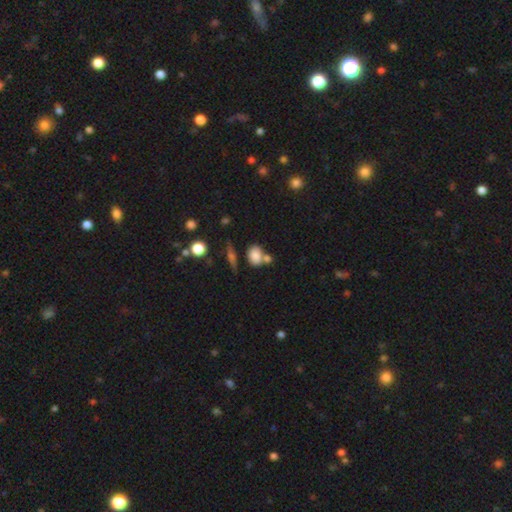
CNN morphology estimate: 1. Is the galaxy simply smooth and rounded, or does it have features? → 81% smooth, 10% star or artifact, 8% featured or disk.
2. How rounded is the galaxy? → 60% in between, 38% round, 2% cigar-shaped.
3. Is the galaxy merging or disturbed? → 48% none, 34% merger, 13% minor disturbance, 5% major disturbance.